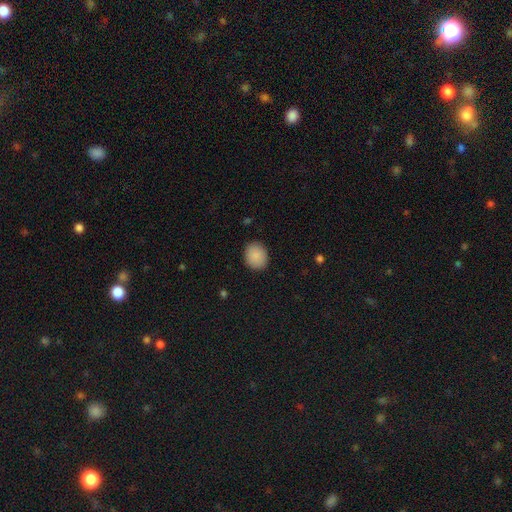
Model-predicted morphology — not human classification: Smooth or featured?
  - smooth: 89% *
  - star or artifact: 7%
  - featured or disk: 3%
How rounded?
  - round: 62% *
  - in between: 37%
  - cigar-shaped: 1%
Merging?
  - none: 89% *
  - minor disturbance: 8%
  - major disturbance: 2%
  - merger: 1%